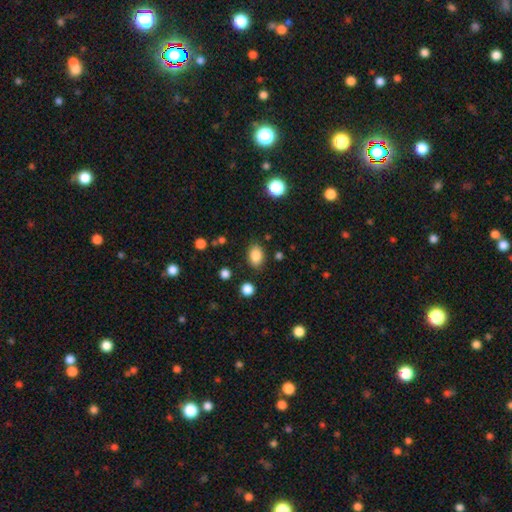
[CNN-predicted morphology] Smooth or featured?
  - smooth: 85% *
  - star or artifact: 9%
  - featured or disk: 5%
How rounded?
  - in between: 79% *
  - round: 19%
  - cigar-shaped: 1%
Merging?
  - none: 83% *
  - minor disturbance: 11%
  - major disturbance: 3%
  - merger: 2%